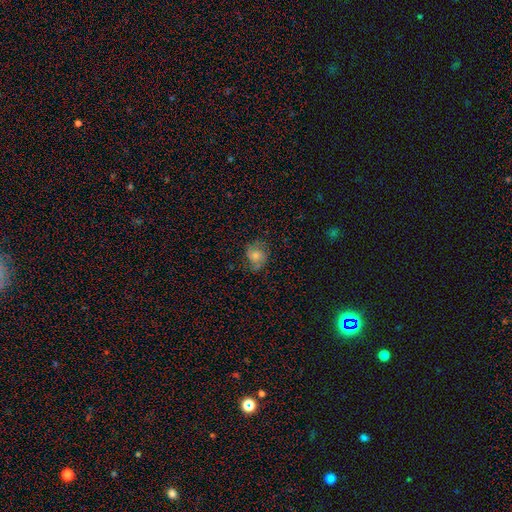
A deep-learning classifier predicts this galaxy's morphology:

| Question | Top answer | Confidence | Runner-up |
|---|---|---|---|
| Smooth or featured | smooth | 53% | featured or disk (36%) |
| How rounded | round | 72% | in between (27%) |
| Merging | none | 64% | minor disturbance (23%) |